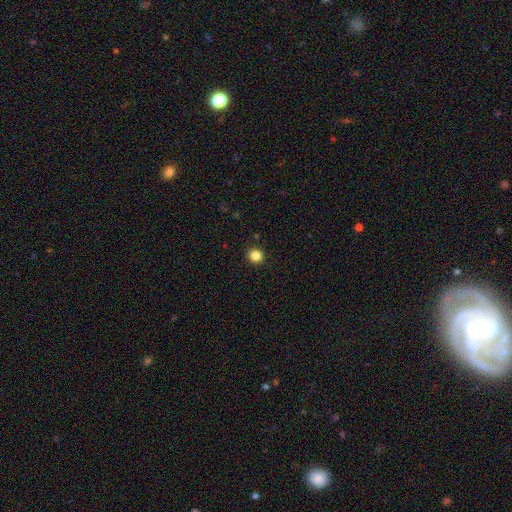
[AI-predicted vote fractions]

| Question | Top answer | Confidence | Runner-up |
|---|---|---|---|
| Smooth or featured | smooth | 84% | star or artifact (12%) |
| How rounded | round | 92% | in between (7%) |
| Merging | none | 93% | minor disturbance (5%) |